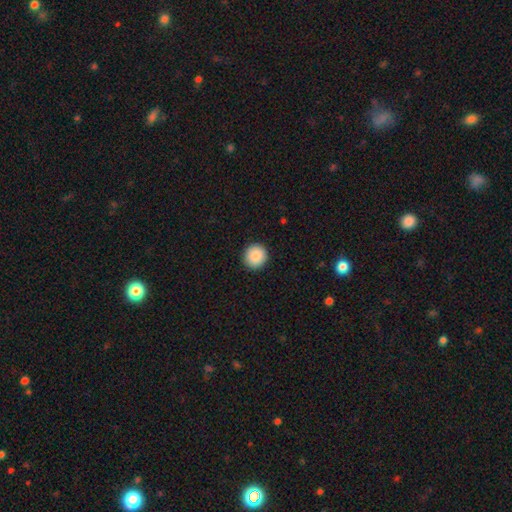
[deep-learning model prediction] smooth_or_featured: smooth (p=0.88) [alt: star or artifact p=0.08]
how_rounded: round (p=0.93) [alt: in between p=0.06]
merging: none (p=0.92) [alt: minor disturbance p=0.05]